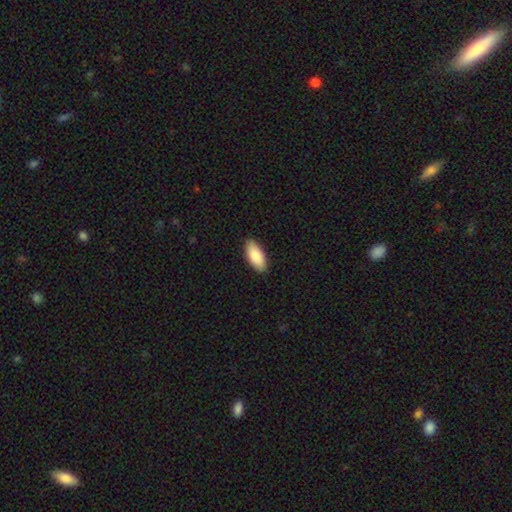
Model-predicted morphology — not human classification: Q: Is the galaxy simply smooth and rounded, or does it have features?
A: smooth — 85%.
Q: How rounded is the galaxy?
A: in between — 87%.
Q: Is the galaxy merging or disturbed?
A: none — 89%.